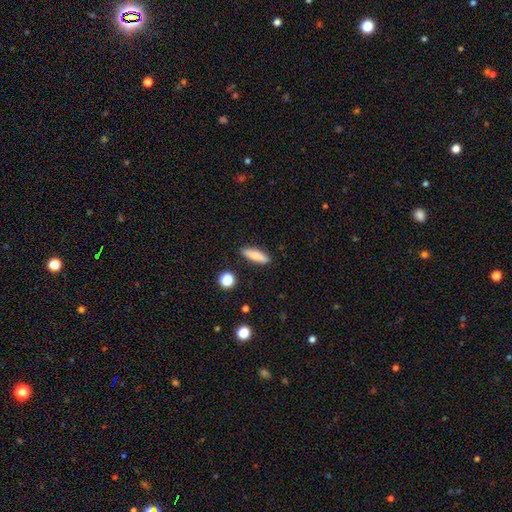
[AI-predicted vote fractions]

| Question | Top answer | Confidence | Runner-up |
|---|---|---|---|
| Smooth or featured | smooth | 76% | featured or disk (17%) |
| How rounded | cigar-shaped | 55% | in between (42%) |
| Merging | none | 88% | minor disturbance (8%) |